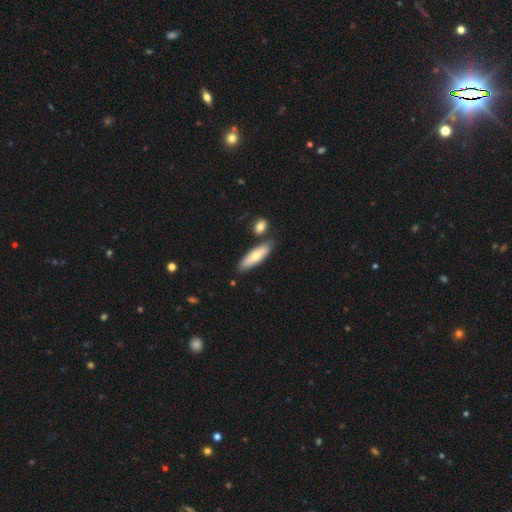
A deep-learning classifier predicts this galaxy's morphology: Smooth or featured? Predicted: smooth (p=0.67). How rounded? Predicted: cigar-shaped (p=0.52). Merging? Predicted: none (p=0.75).